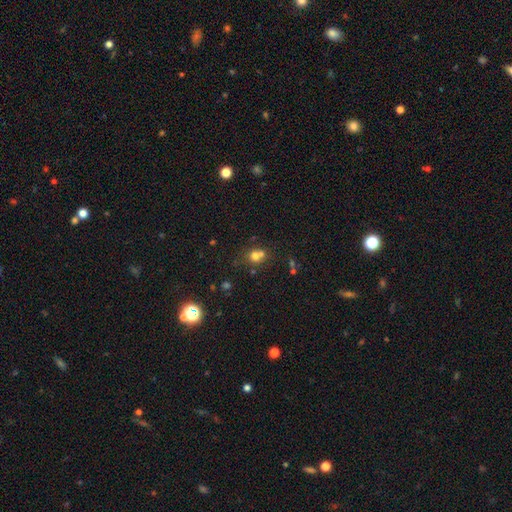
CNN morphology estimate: A smooth galaxy with no disk features (69%) that is round (79%).

Vote fractions:
- Smooth or featured? smooth: 69% / star or artifact: 18% / featured or disk: 13%
- How rounded? round: 79% / in between: 20% / cigar-shaped: 1%
- Merging? none: 45% / merger: 42% / minor disturbance: 9% / major disturbance: 4%